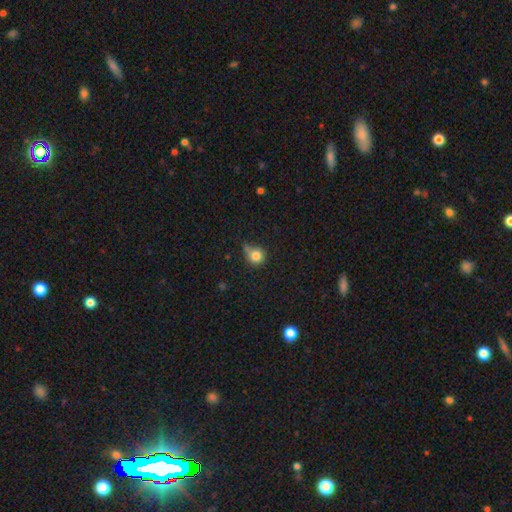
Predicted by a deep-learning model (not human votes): Overall: smooth (81%). How rounded: round (86%). Merging: none (48%; minor disturbance 31%).